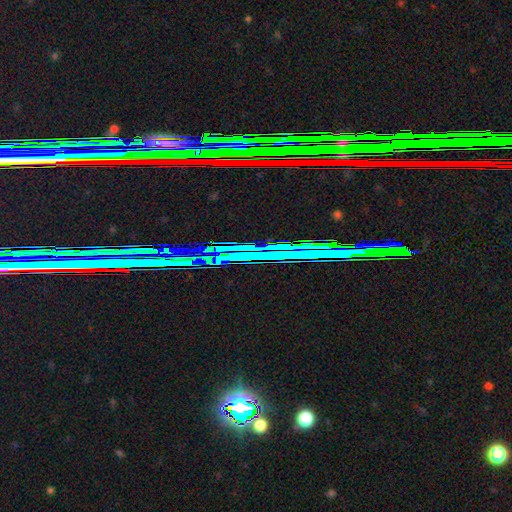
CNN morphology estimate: Q: Smooth or featured?
A: star or artifact (78%); runner-up: featured or disk (12%)